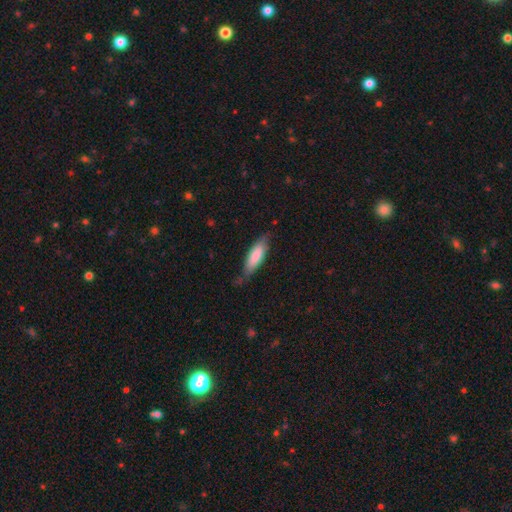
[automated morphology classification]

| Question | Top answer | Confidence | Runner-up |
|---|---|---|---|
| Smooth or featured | smooth | 78% | featured or disk (16%) |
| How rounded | in between | 53% | cigar-shaped (46%) |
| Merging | none | 66% | minor disturbance (26%) |